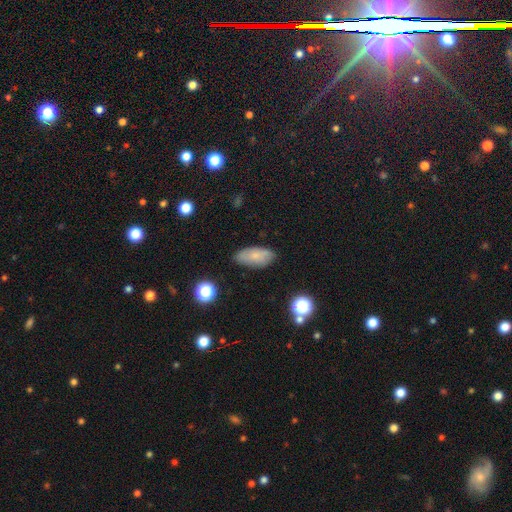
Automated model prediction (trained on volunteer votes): The model was most divided on "smooth or featured": smooth: 76%, featured or disk: 16%, star or artifact: 9%. More confident: how rounded — in between (87%); merging — none (81%).